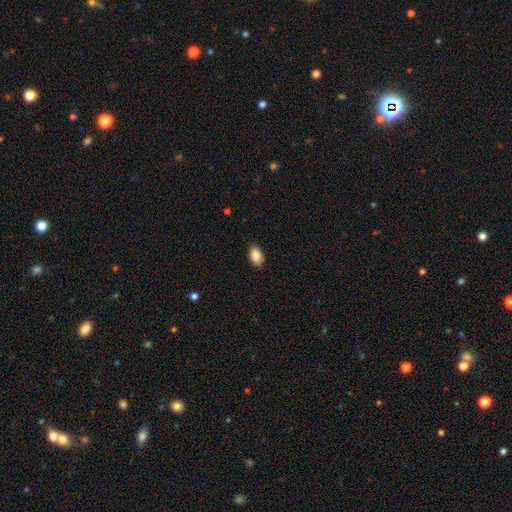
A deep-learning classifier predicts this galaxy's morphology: smooth-or-featured: smooth: 87% | star or artifact: 8% | featured or disk: 6%
  how-rounded: in between: 90% | round: 8% | cigar-shaped: 2%
  merging: none: 88% | minor disturbance: 9% | major disturbance: 2% | merger: 1%